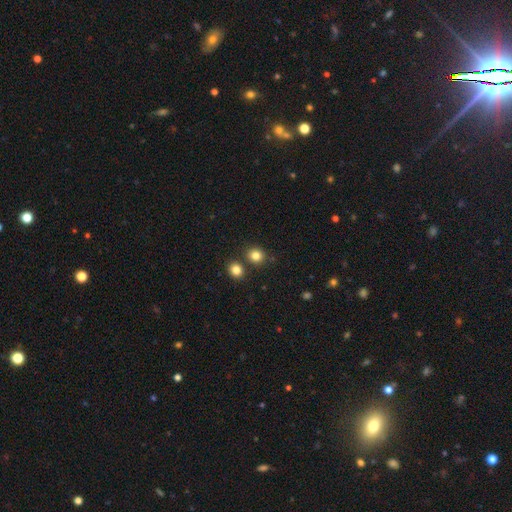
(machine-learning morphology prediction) This appears to be a smooth galaxy with no disk features (83%) that is round (81%). Merging: none (77%).